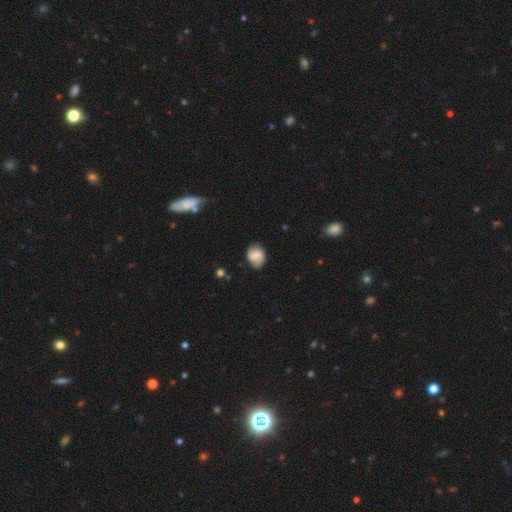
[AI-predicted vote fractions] smooth-or-featured: smooth: 57% | featured or disk: 35% | star or artifact: 8%
  how-rounded: round: 53% | in between: 46% | cigar-shaped: 1%
  merging: none: 72% | minor disturbance: 21% | major disturbance: 5% | merger: 2%